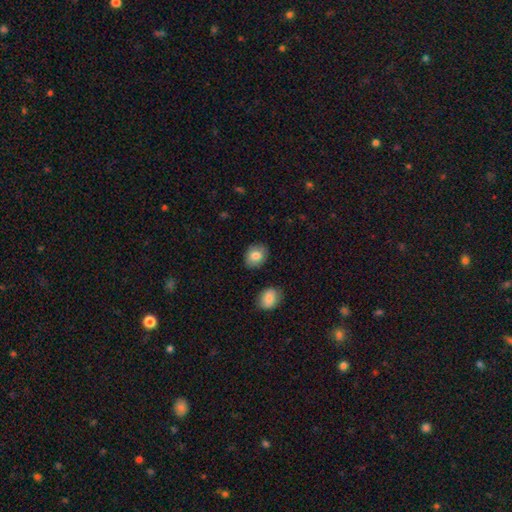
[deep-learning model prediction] A smooth galaxy with no disk features (82%) that is in between round and cigar-shaped (53%). Merging: none (84%).